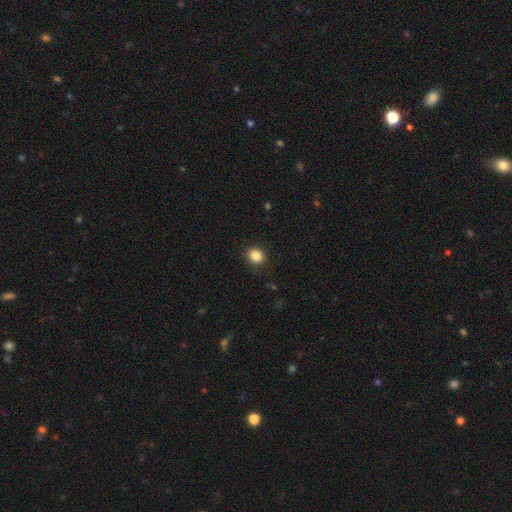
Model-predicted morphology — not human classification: The model was most divided on "how rounded": round: 68%, in between: 31%, cigar-shaped: 1%. More confident: merging — none (88%); smooth or featured — smooth (86%).